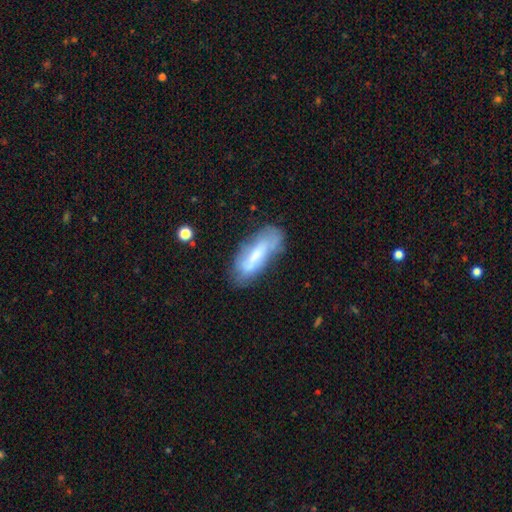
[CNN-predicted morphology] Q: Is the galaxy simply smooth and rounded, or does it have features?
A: smooth — 57%.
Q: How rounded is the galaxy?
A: in between — 62%.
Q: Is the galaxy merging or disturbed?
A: none — 62%.